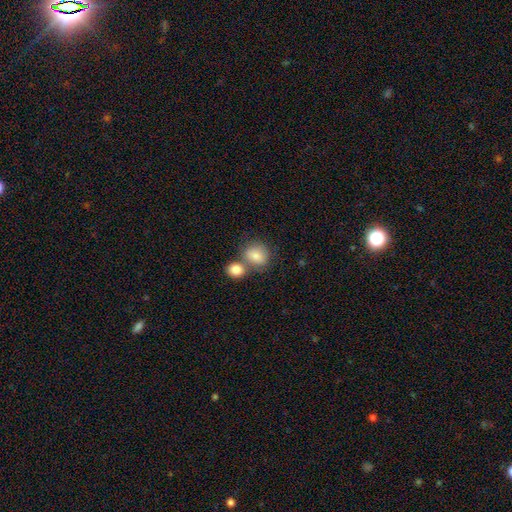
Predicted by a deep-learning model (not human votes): Q: Smooth or featured?
A: smooth (82%); runner-up: featured or disk (10%)
Q: How rounded?
A: round (68%); runner-up: in between (31%)
Q: Merging?
A: none (45%); runner-up: merger (42%)